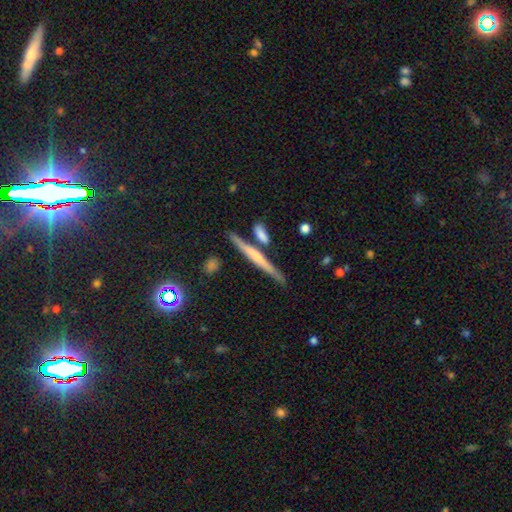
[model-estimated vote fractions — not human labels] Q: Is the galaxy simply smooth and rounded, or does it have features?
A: featured or disk — 53%.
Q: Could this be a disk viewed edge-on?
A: yes — 95%.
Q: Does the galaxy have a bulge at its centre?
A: none — 52%.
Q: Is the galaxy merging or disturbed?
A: none — 75%.